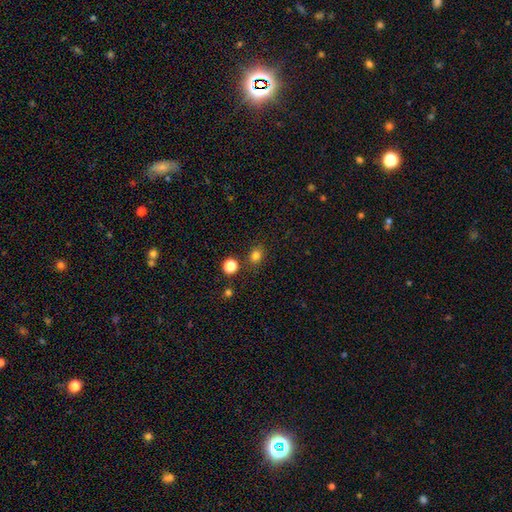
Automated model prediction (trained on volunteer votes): A smooth galaxy with no disk features (81%) that is round (65%). Merging: none (82%).